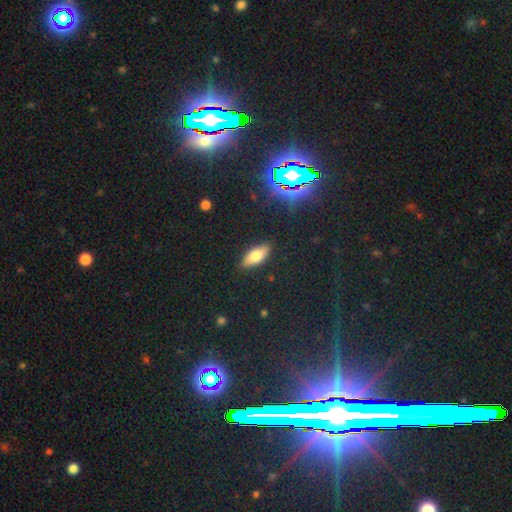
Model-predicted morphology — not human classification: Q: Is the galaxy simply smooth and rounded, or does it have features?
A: smooth — 71%.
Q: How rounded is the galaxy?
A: in between — 76%.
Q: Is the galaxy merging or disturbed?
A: none — 87%.